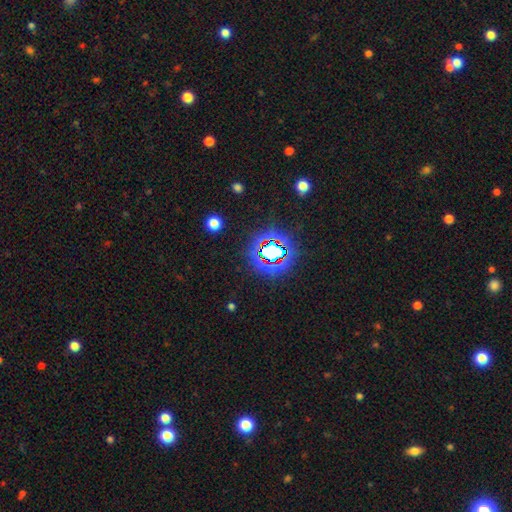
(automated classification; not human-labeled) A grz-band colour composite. It shows a star or artifact, not a galaxy (81%).